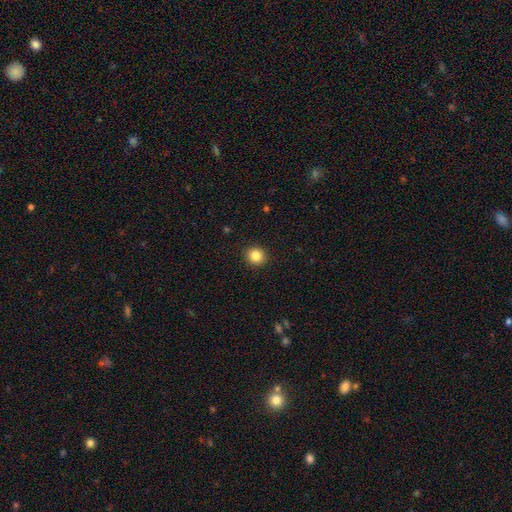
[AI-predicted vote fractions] smooth-or-featured: smooth: 84% | star or artifact: 11% | featured or disk: 5%
  how-rounded: round: 87% | in between: 12% | cigar-shaped: 1%
  merging: none: 92% | minor disturbance: 5% | major disturbance: 2% | merger: 1%